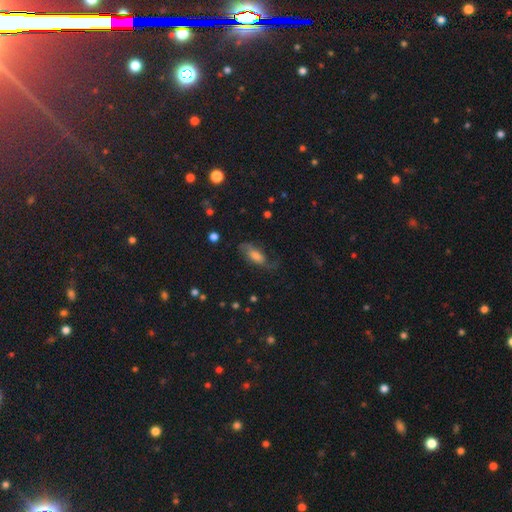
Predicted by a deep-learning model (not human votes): Smooth or featured?
  - featured or disk: 51% *
  - smooth: 35%
  - star or artifact: 14%
Edge-on disk?
  - no: 84% *
  - yes: 16%
Merging?
  - none: 58% *
  - minor disturbance: 22%
  - major disturbance: 17%
  - merger: 2%